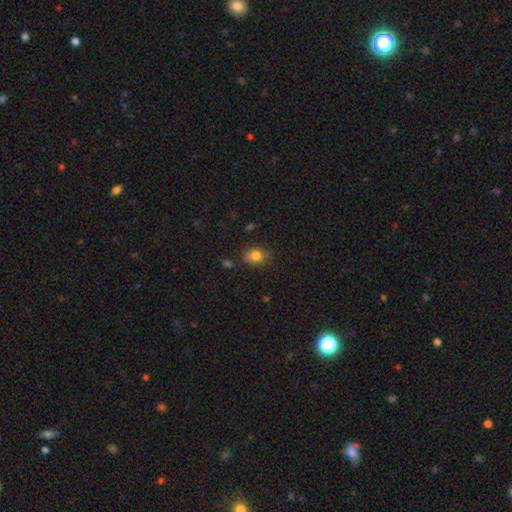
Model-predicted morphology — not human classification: A smooth galaxy with no disk features (81%) that is in between round and cigar-shaped (57%). Merging: none (76%).